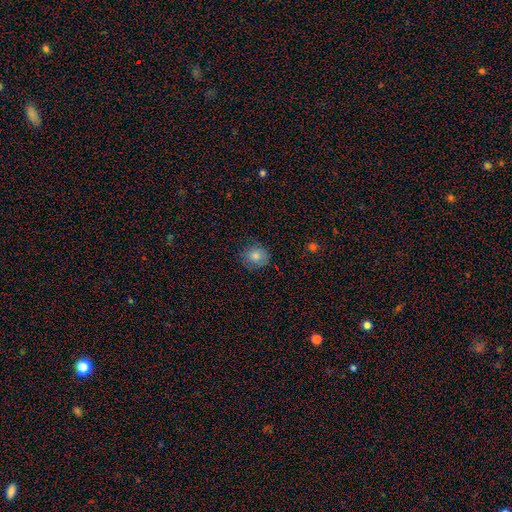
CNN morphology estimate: smooth 77%, featured or disk 12%, star or artifact 11%. Down the decision tree: how rounded — round (81%); merging — none (79%).